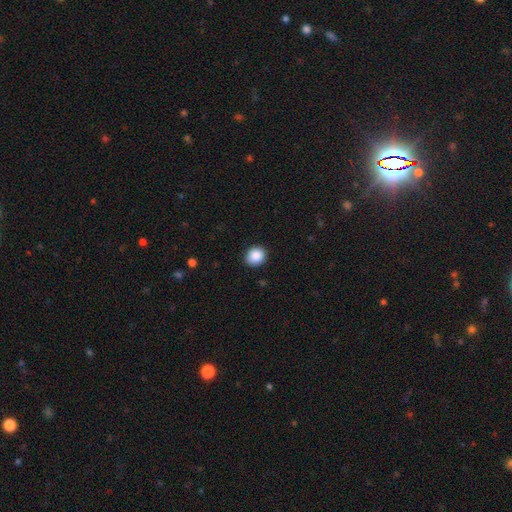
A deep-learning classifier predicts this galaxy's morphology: The model was most divided on "how rounded": round: 81%, in between: 18%, cigar-shaped: 1%. More confident: merging — none (90%); smooth or featured — smooth (89%).